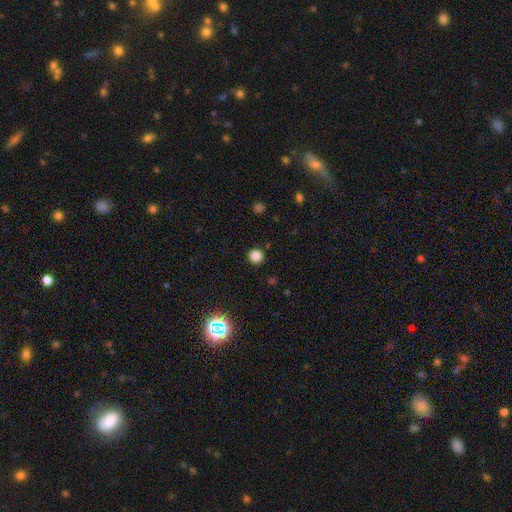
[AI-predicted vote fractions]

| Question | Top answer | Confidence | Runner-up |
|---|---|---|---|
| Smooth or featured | smooth | 83% | star or artifact (14%) |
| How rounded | round | 95% | in between (4%) |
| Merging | none | 91% | minor disturbance (5%) |